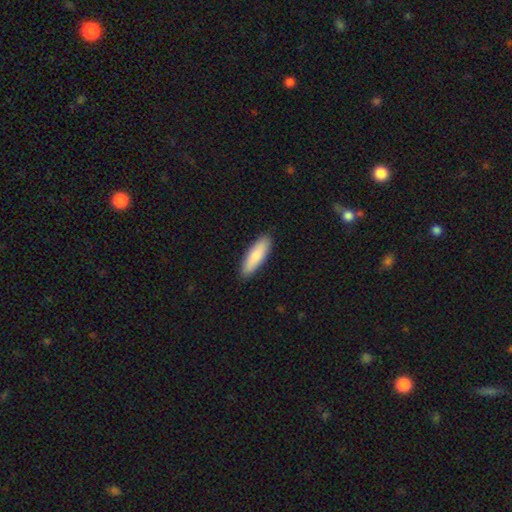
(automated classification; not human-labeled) Smooth or featured? Predicted: smooth (p=0.81). How rounded? Predicted: cigar-shaped (p=0.53). Merging? Predicted: none (p=0.89).